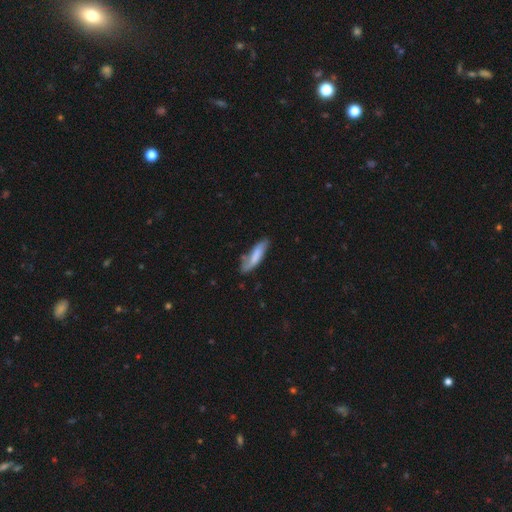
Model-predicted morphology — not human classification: The model was most divided on "how rounded": cigar-shaped: 64%, in between: 34%, round: 2%. More confident: smooth or featured — smooth (69%); merging — none (59%).